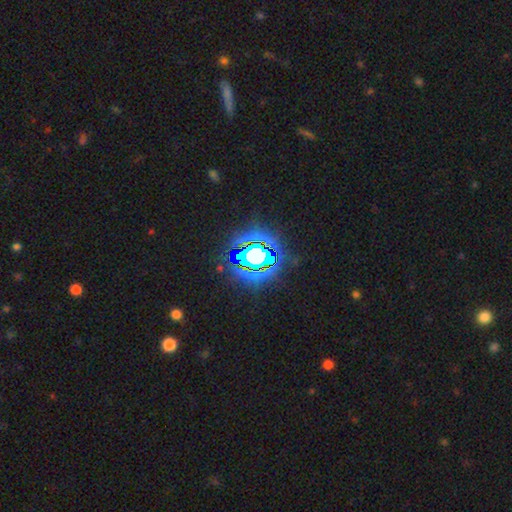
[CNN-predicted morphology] Q: Smooth or featured?
A: star or artifact (75%); runner-up: smooth (13%)